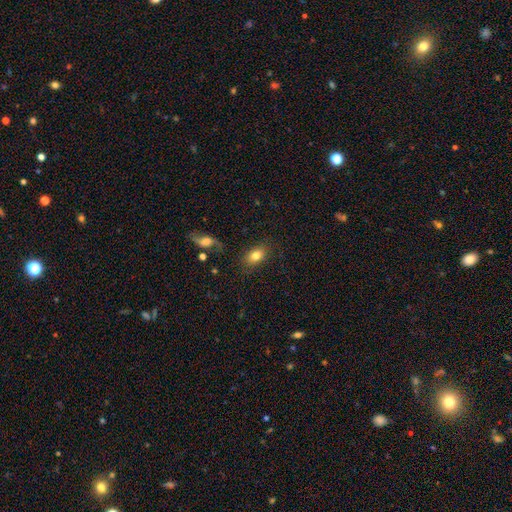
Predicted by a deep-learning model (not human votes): A smooth galaxy with no disk features (79%) that is in between round and cigar-shaped (83%).

Vote fractions:
- Smooth or featured? smooth: 79% / featured or disk: 12% / star or artifact: 9%
- How rounded? in between: 83% / round: 15% / cigar-shaped: 2%
- Merging? none: 82% / minor disturbance: 12% / major disturbance: 4% / merger: 3%